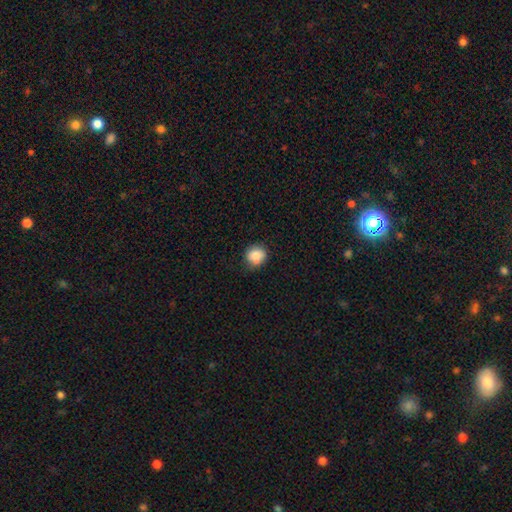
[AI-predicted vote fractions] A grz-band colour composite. It shows a smooth galaxy with no disk features (83%) that is round (83%). Merging: none (74%).